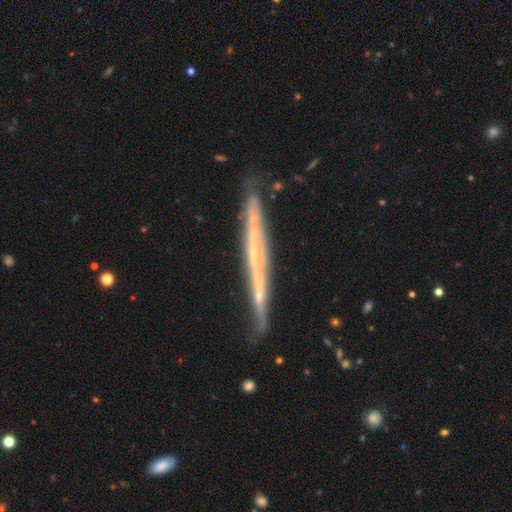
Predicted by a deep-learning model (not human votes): Q: Smooth or featured?
A: featured or disk (67%); runner-up: smooth (26%)
Q: Edge-on disk?
A: yes (94%); runner-up: no (6%)
Q: Edge-on bulge?
A: none (84%); runner-up: rounded (12%)
Q: Merging?
A: none (78%); runner-up: minor disturbance (17%)